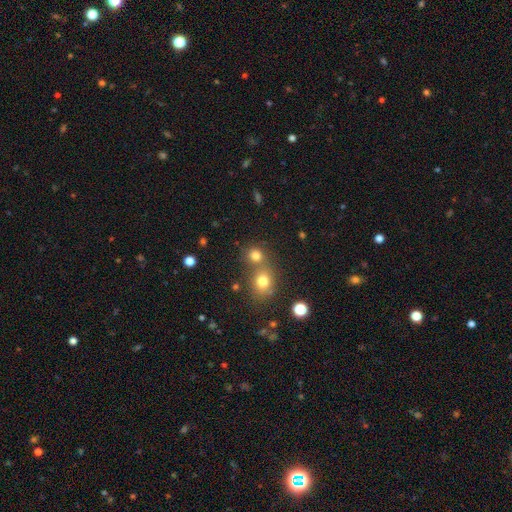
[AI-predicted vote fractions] Smooth or featured? smooth (77%)
How rounded? round (81%)
Merging? none (50%)